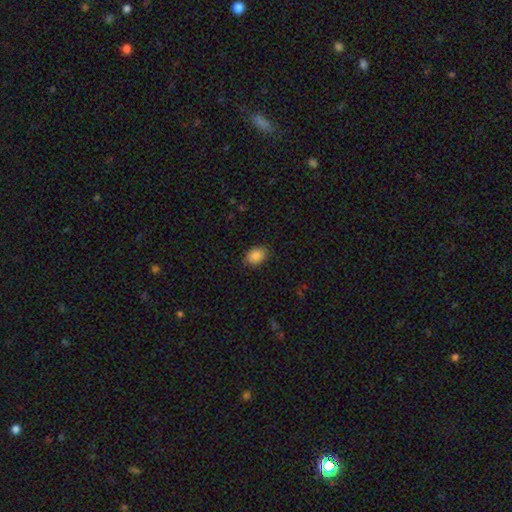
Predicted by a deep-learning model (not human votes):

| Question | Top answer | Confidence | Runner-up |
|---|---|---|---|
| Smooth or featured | smooth | 87% | star or artifact (9%) |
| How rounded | in between | 77% | round (22%) |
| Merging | none | 87% | minor disturbance (10%) |